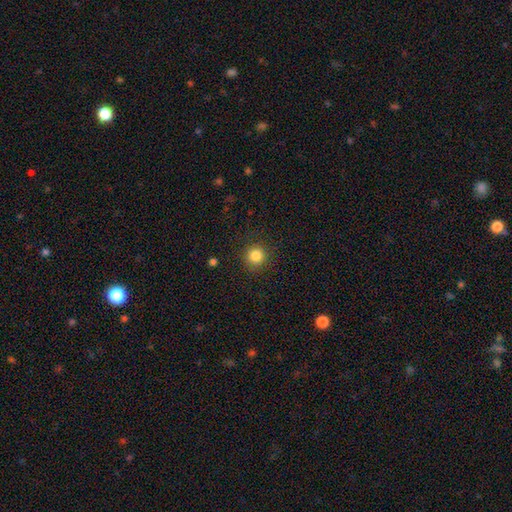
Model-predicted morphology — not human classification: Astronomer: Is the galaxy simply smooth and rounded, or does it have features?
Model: smooth — 84%.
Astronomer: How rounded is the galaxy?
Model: round — 94%.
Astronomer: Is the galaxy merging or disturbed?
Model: none — 91%.